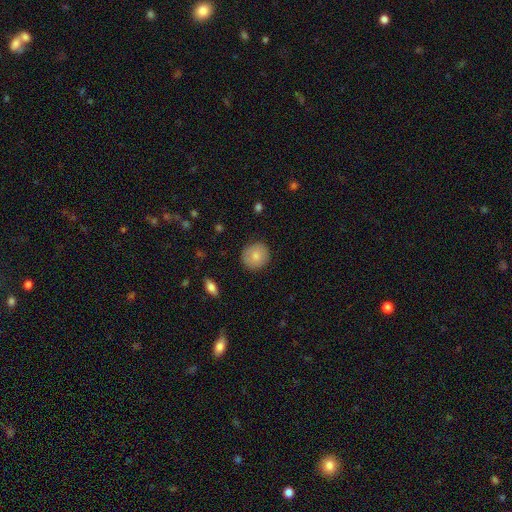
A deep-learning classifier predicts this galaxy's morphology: Q: Smooth or featured?
A: smooth (78%); runner-up: featured or disk (15%)
Q: How rounded?
A: round (87%); runner-up: in between (12%)
Q: Merging?
A: none (87%); runner-up: minor disturbance (10%)